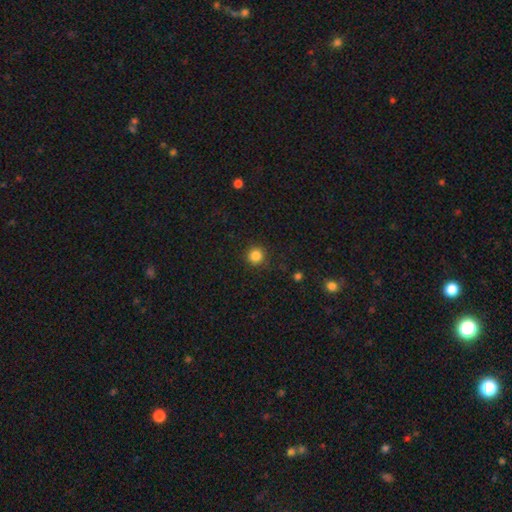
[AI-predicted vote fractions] A smooth galaxy with no disk features (85%) that is round (95%). Merging: none (90%).